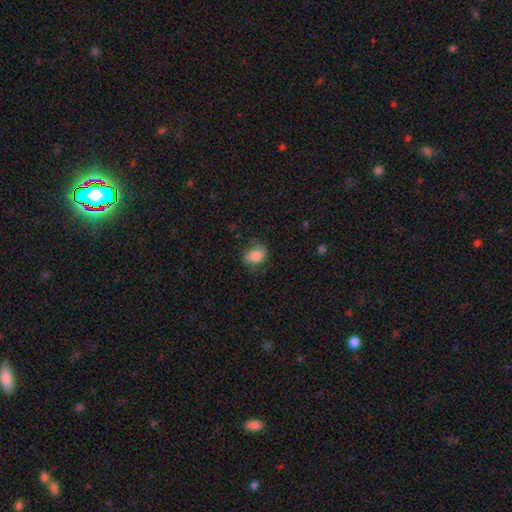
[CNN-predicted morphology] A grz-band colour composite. It shows a smooth galaxy with no disk features (67%) that is in between round and cigar-shaped (68%). Merging: none (62%).